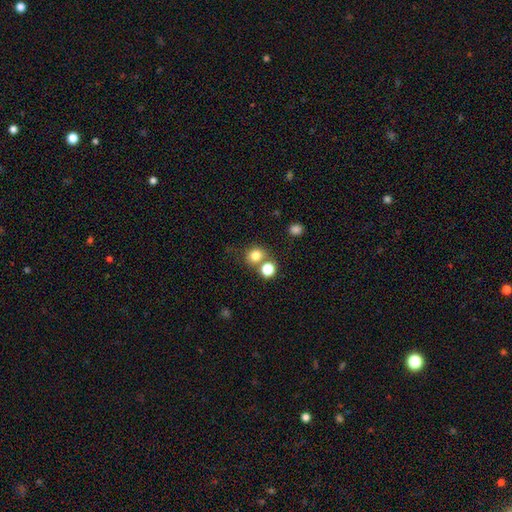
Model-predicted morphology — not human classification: Smooth or featured? Predicted: smooth (p=0.78). How rounded? Predicted: round (p=0.81). Merging? Predicted: none (p=0.62).